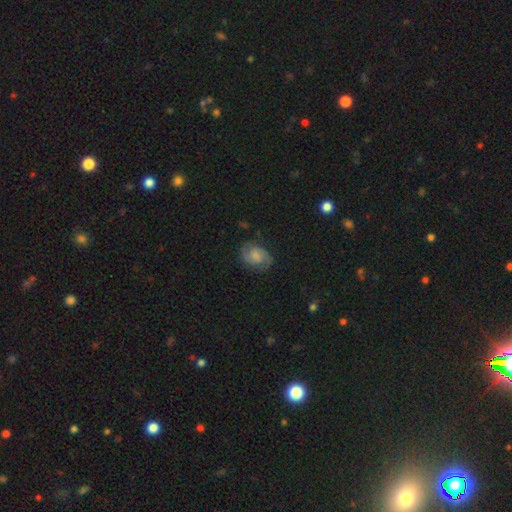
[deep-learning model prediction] A featured or disk galaxy (59%) with no bar (50%), 2 (84%) medium (48%) spiral arms (91%) and a small central bulge (36%).

Vote fractions:
- Smooth or featured? featured or disk: 59% / smooth: 33% / star or artifact: 8%
- Edge-on disk? no: 97% / yes: 3%
- Bar? no: 50% / weak: 42% / strong: 7%
- Spiral arms? yes: 91% / no: 9%
- Spiral winding? medium: 48% / tight: 33% / loose: 19%
- Spiral arm count? 2: 84% / can't tell: 9% / 1: 3% / 3: 2% / 4: 1% / more than 4: 1%
- Bulge size? small: 36% / moderate: 29% / none: 26% / large: 8% / dominant: 2%
- Merging? none: 73% / minor disturbance: 18% / major disturbance: 7% / merger: 1%